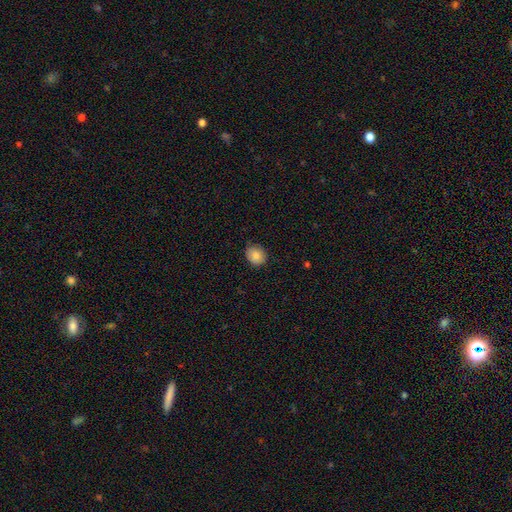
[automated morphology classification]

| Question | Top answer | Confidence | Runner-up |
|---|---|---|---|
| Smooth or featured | smooth | 87% | star or artifact (8%) |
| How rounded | round | 67% | in between (32%) |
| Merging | none | 80% | minor disturbance (16%) |